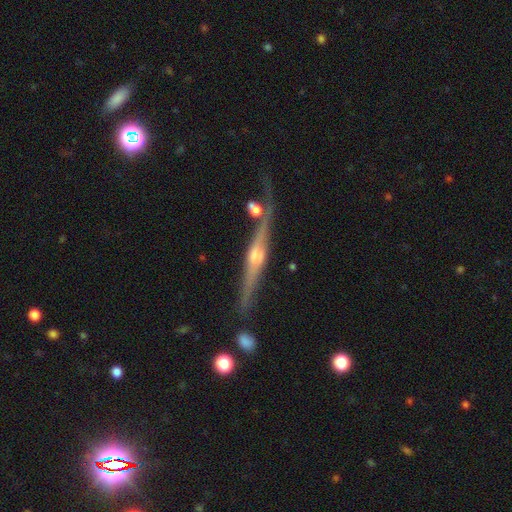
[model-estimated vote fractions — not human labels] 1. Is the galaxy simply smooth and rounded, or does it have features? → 83% featured or disk, 11% smooth, 6% star or artifact.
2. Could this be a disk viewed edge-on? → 97% yes, 3% no.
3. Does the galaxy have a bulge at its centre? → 82% rounded, 12% boxy, 6% none.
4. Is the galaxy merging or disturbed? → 72% none, 14% minor disturbance, 8% merger, 5% major disturbance.